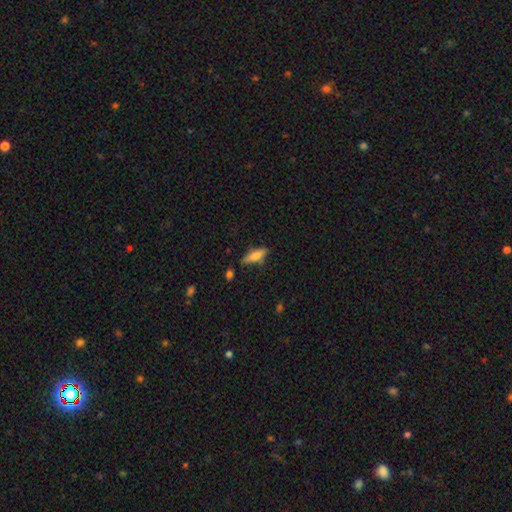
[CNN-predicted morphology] Smooth or featured? smooth (67%)
How rounded? in between (49%, tied with cigar-shaped)
Merging? none (74%)